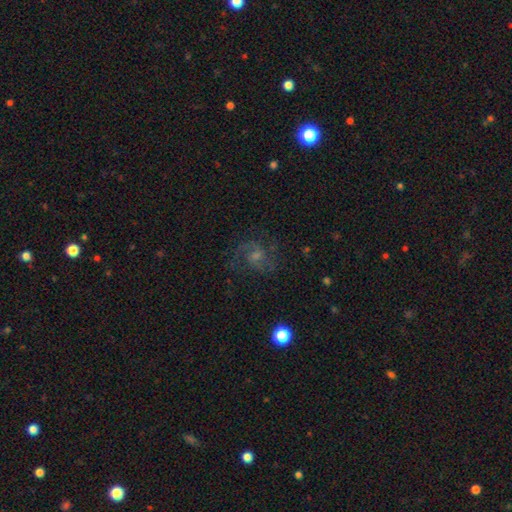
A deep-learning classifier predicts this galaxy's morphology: The model was most divided on "bar": no: 47%, weak: 45%, strong: 8%. Remaining: edge-on disk — no (98%); spiral arms — yes (95%); spiral arm count — 2 (79%); smooth or featured — featured or disk (74%); merging — none (74%); spiral winding — medium (56%); bulge size — small (45%).